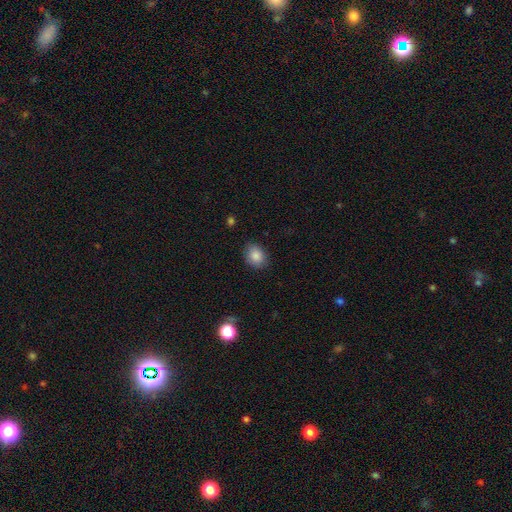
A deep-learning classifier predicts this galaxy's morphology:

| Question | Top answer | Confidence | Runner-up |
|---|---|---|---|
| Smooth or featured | smooth | 86% | star or artifact (8%) |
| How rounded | in between | 60% | round (39%) |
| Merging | none | 83% | minor disturbance (13%) |